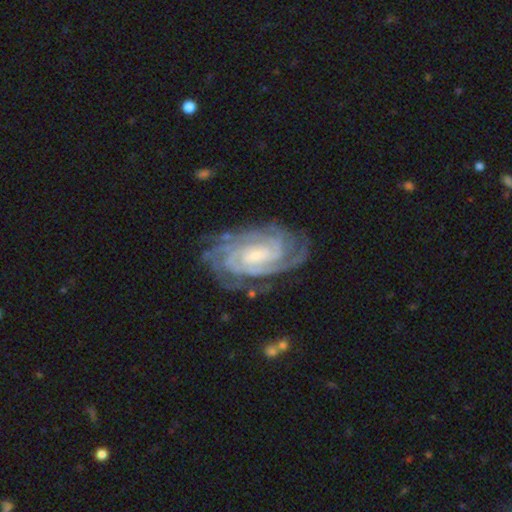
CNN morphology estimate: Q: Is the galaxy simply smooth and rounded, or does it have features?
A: featured or disk — 91%.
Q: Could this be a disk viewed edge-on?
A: no — 97%.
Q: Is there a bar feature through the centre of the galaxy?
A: no — 48%.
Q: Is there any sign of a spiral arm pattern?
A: yes — 98%.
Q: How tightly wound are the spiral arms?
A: tight — 77%.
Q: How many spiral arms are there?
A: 2 — 22%.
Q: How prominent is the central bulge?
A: small — 63%.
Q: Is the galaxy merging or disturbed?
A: none — 75%.